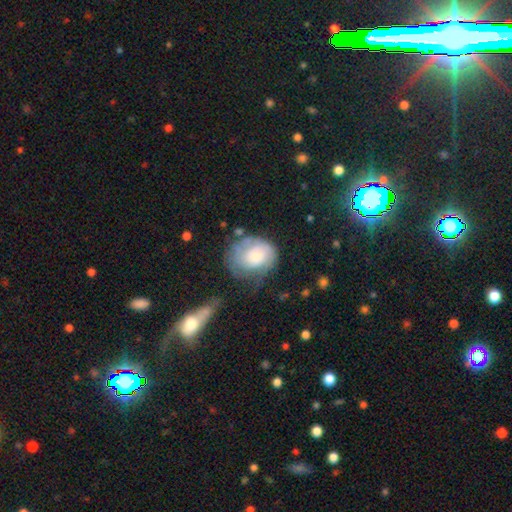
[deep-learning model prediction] A smooth galaxy with no disk features (50%) that is round (59%). Merging: none (35%).